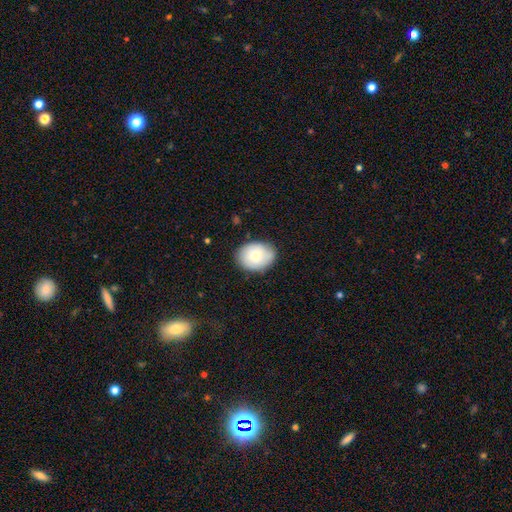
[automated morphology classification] Overall: smooth (75%). How rounded: in between (56%; round 44%). Merging: none (79%).